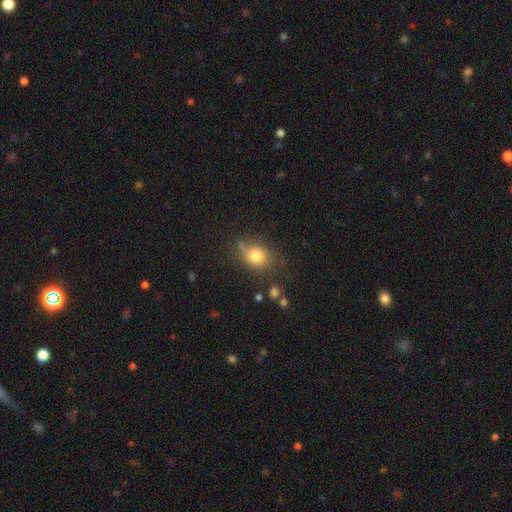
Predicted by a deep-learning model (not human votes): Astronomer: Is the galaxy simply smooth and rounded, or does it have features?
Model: smooth — 77%.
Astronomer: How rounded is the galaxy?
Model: round — 55% (runner-up: in between, 44%).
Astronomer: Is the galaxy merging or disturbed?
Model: none — 60%.